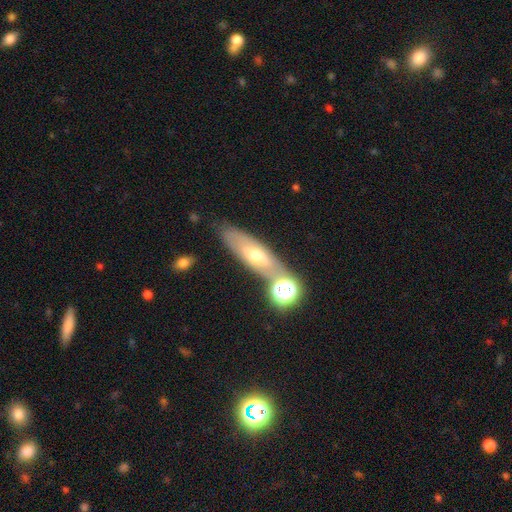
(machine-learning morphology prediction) smooth-or-featured: featured or disk: 46% | smooth: 43% | star or artifact: 11%
  merging: none: 68% | minor disturbance: 14% | merger: 13% | major disturbance: 5%